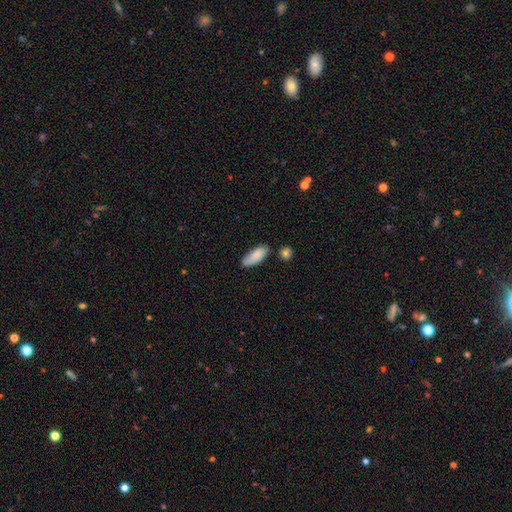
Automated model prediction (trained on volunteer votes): smooth-or-featured: smooth: 87% | featured or disk: 7% | star or artifact: 6%
  how-rounded: in between: 76% | cigar-shaped: 22% | round: 2%
  merging: none: 75% | minor disturbance: 17% | merger: 5% | major disturbance: 3%